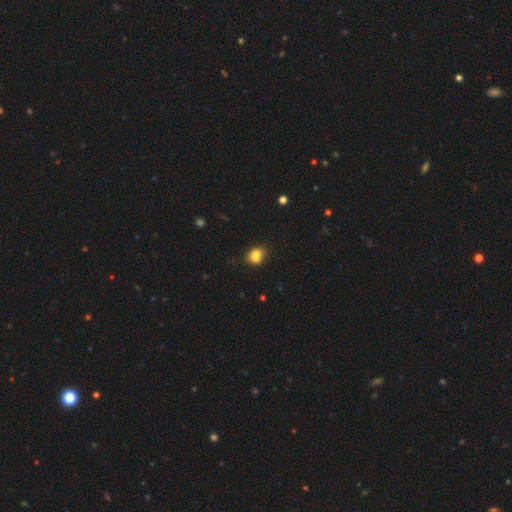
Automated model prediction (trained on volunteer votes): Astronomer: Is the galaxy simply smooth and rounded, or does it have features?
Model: smooth — 80%.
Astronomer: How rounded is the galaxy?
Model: in between — 51% (runner-up: round, 47%).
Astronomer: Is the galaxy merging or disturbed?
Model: none — 54%.